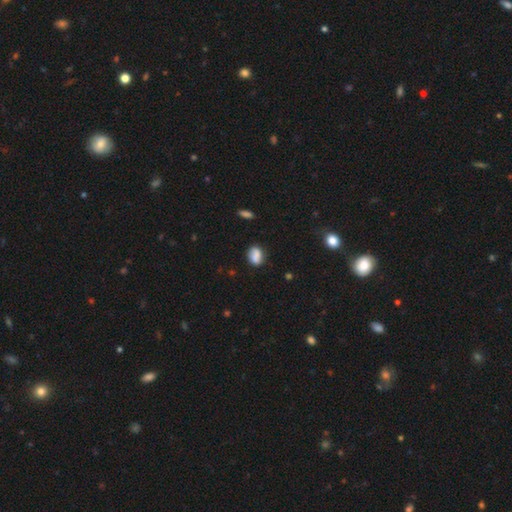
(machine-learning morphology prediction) A smooth galaxy with no disk features (78%) that is in between round and cigar-shaped (66%).

Vote fractions:
- Smooth or featured? smooth: 78% / featured or disk: 13% / star or artifact: 9%
- How rounded? in between: 66% / round: 31% / cigar-shaped: 2%
- Merging? none: 66% / minor disturbance: 20% / merger: 8% / major disturbance: 5%